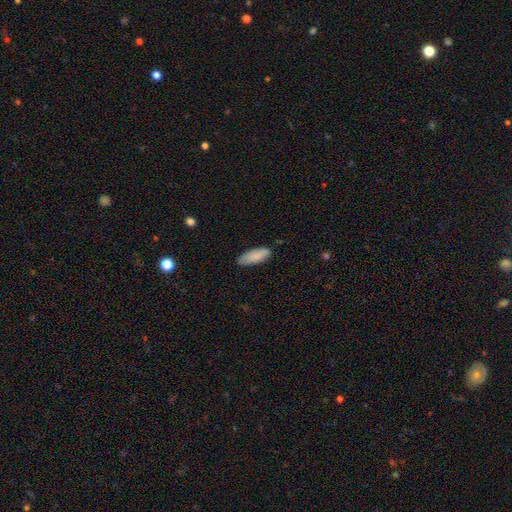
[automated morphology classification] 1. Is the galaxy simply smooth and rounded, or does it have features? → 86% smooth, 8% featured or disk, 6% star or artifact.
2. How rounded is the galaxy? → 65% in between, 33% cigar-shaped, 1% round.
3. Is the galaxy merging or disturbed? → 83% none, 14% minor disturbance, 2% major disturbance, 1% merger.